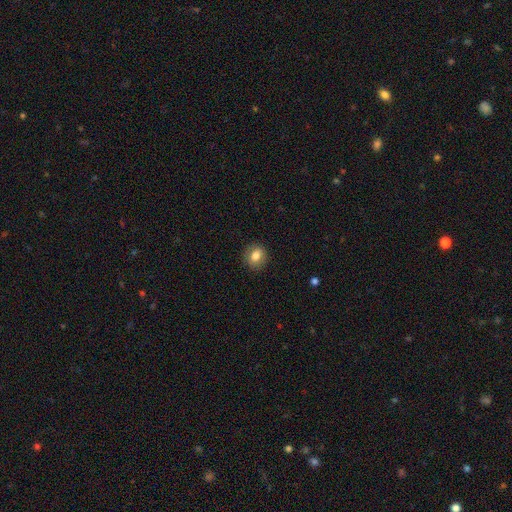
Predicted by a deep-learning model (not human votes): smooth 80%, featured or disk 11%, star or artifact 9%. Down the decision tree: how rounded — round (66%); merging — none (87%).